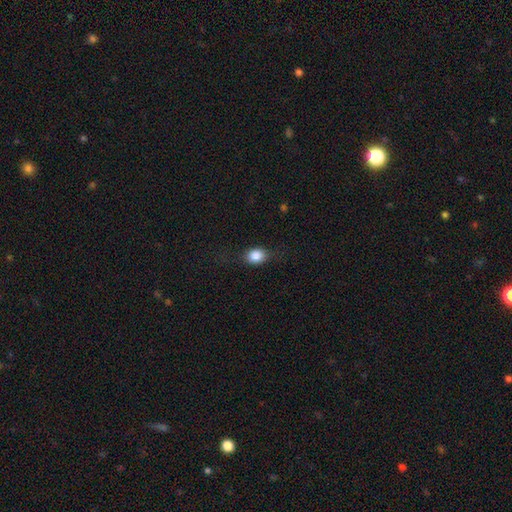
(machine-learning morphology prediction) smooth 83%, star or artifact 9%, featured or disk 8%. Down the decision tree: how rounded — in between (55%); merging — none (73%).